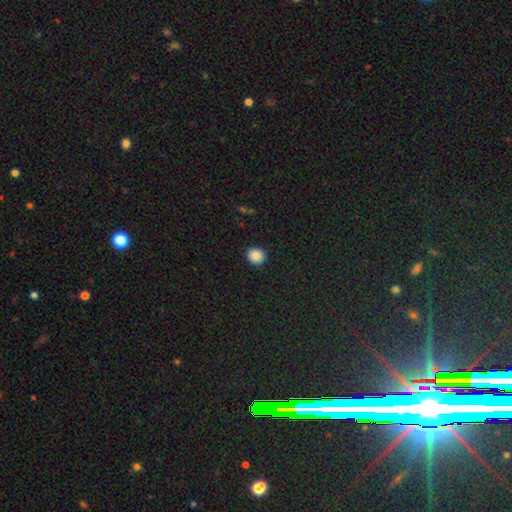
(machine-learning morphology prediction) This appears to be a smooth galaxy with no disk features (88%) that is round (88%). Merging: none (92%).